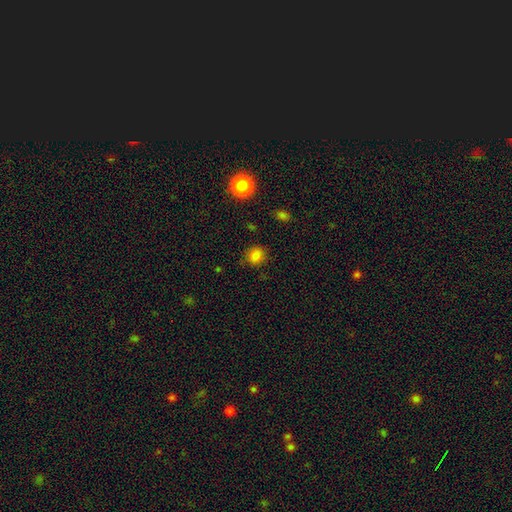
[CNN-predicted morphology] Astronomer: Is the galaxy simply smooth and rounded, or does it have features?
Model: smooth — 82%.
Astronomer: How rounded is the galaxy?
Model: round — 81%.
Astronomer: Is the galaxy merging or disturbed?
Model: none — 84%.